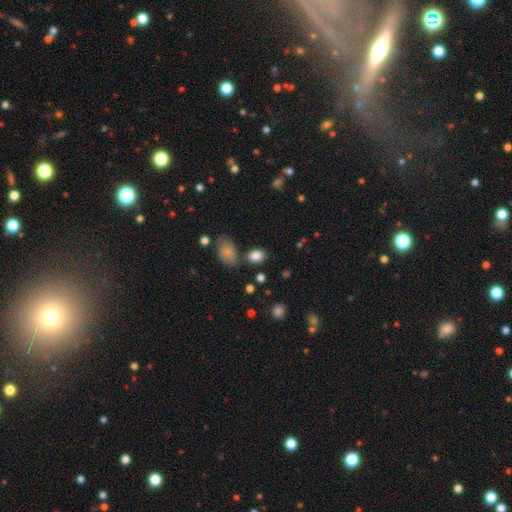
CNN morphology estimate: The model was most divided on "how rounded": in between: 66%, round: 33%, cigar-shaped: 1%. More confident: smooth or featured — smooth (85%); merging — none (74%).